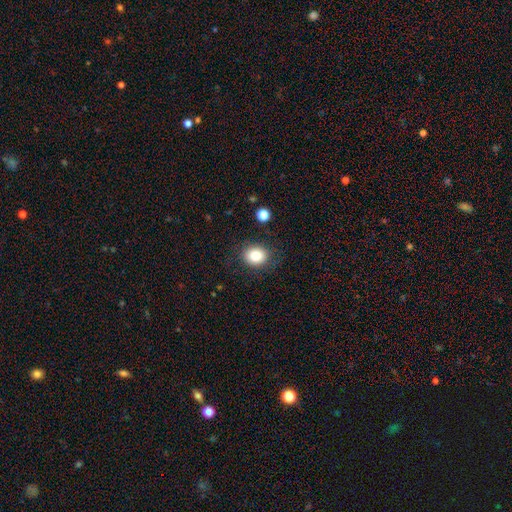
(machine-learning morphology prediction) smooth-or-featured: smooth: 83% | star or artifact: 10% | featured or disk: 7%
  how-rounded: round: 61% | in between: 38% | cigar-shaped: 1%
  merging: none: 84% | minor disturbance: 11% | major disturbance: 4% | merger: 2%